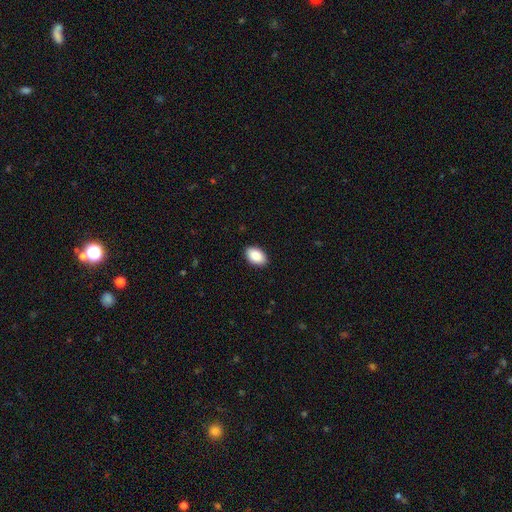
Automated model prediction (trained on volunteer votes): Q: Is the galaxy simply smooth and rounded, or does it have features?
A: smooth — 90%.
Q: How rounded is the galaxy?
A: in between — 93%.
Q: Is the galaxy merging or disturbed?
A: none — 90%.